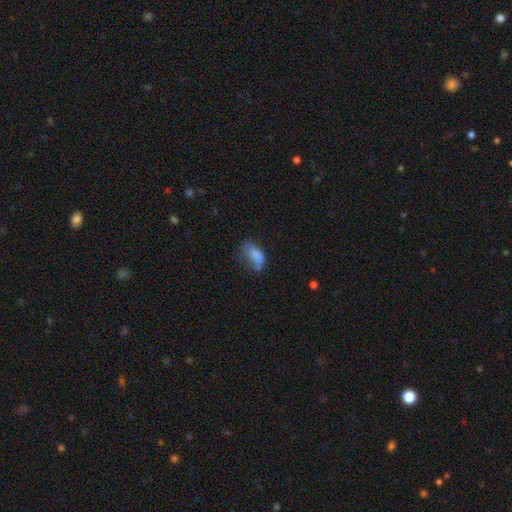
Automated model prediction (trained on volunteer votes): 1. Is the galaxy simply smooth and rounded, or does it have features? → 73% smooth, 16% featured or disk, 10% star or artifact.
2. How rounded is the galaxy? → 89% in between, 8% round, 3% cigar-shaped.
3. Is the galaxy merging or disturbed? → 32% minor disturbance, 31% none, 30% major disturbance, 6% merger.